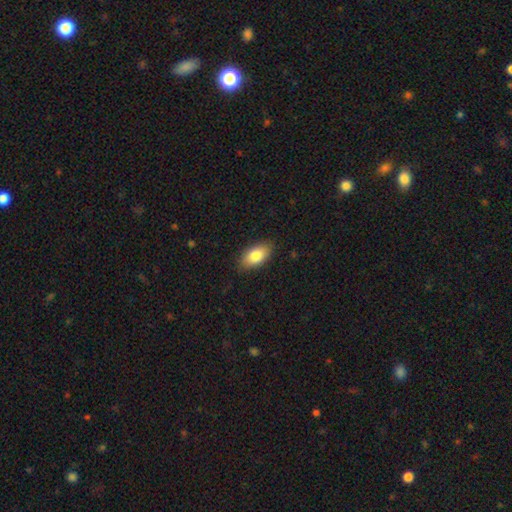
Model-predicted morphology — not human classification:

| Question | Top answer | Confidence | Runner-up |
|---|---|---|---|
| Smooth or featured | smooth | 83% | featured or disk (11%) |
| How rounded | in between | 93% | round (4%) |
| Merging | none | 86% | minor disturbance (11%) |